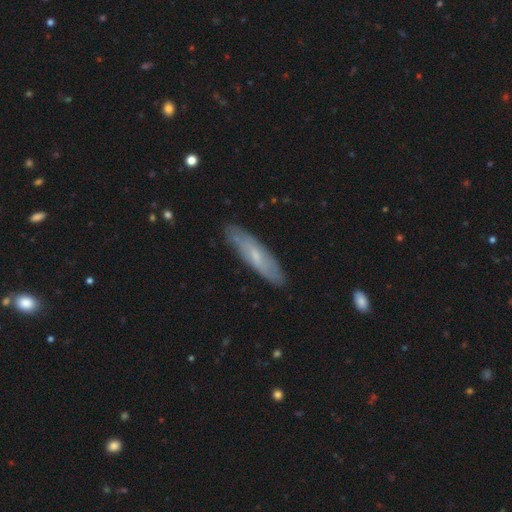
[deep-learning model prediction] Smooth or featured? Predicted: smooth (p=0.47, tied with featured or disk). Merging? Predicted: none (p=0.84).